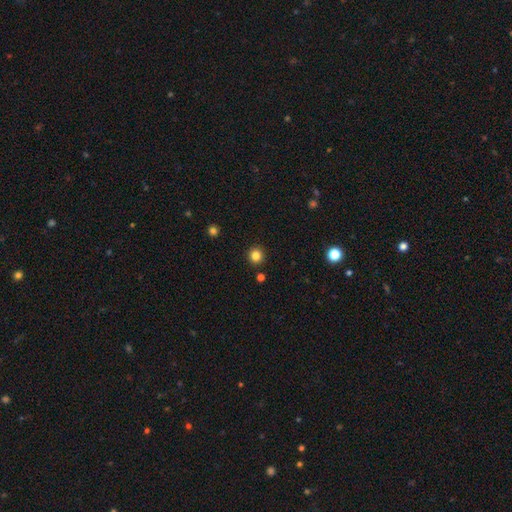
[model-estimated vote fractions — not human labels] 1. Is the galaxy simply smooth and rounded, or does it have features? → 83% smooth, 13% star or artifact, 5% featured or disk.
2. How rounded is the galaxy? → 95% round, 4% in between, 1% cigar-shaped.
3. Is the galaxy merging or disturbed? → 92% none, 5% minor disturbance, 2% merger, 2% major disturbance.